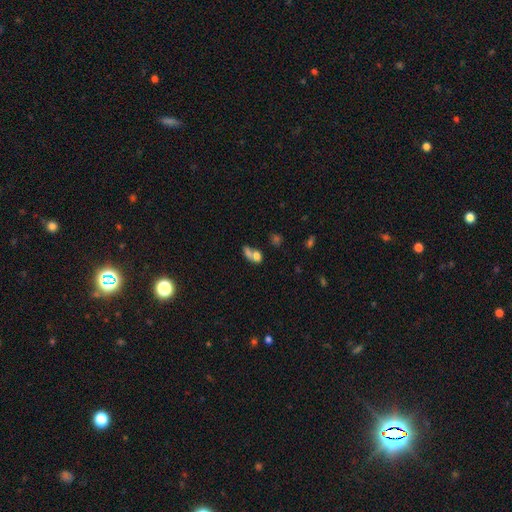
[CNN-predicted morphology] Smooth or featured? smooth (68%)
How rounded? in between (65%)
Merging? merger (59%)